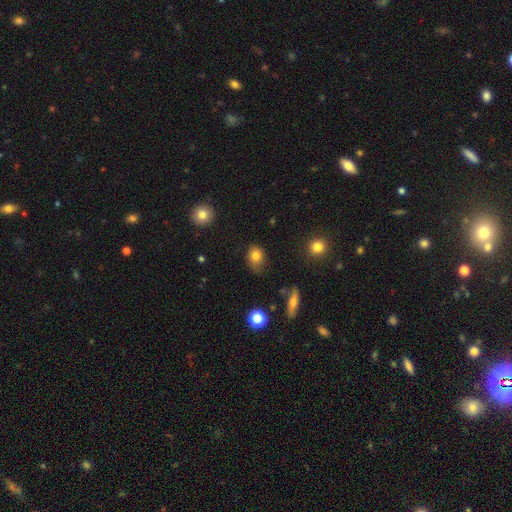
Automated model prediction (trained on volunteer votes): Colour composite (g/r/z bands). It shows a smooth galaxy with no disk features (80%) that is in between round and cigar-shaped (58%). Merging: none (71%).